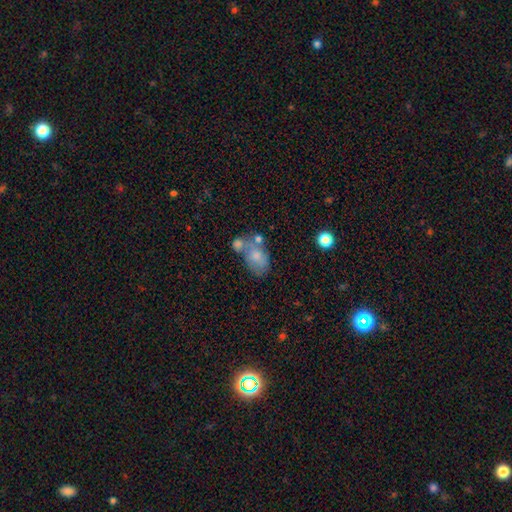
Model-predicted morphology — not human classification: type=smooth (65%); roundness=in between (85%); merging=merger (35%).